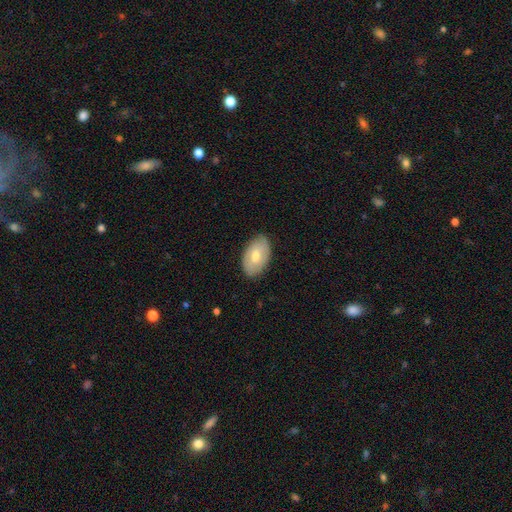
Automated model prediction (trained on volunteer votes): Overall: smooth (63%; featured or disk 31%). How rounded: in between (93%). Merging: none (85%).